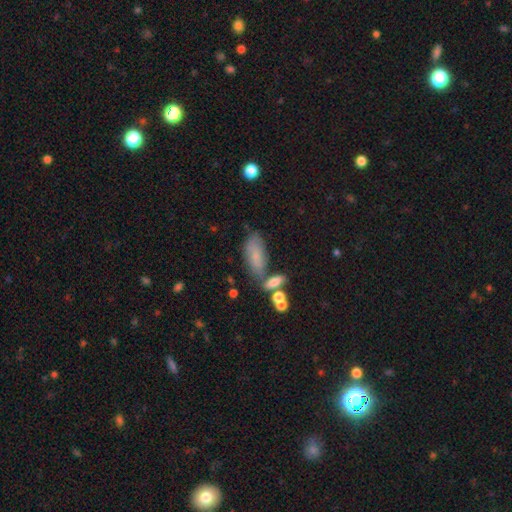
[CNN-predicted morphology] smooth_or_featured: smooth (p=0.73) [alt: featured or disk p=0.16]
how_rounded: in between (p=0.80) [alt: cigar-shaped p=0.17]
merging: none (p=0.53) [alt: minor disturbance p=0.21]